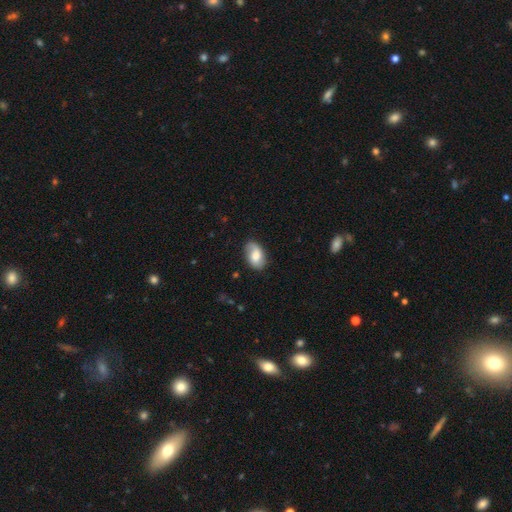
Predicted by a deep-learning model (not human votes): Morphology: type=smooth (64%); roundness=in between (90%); merging=none (75%).